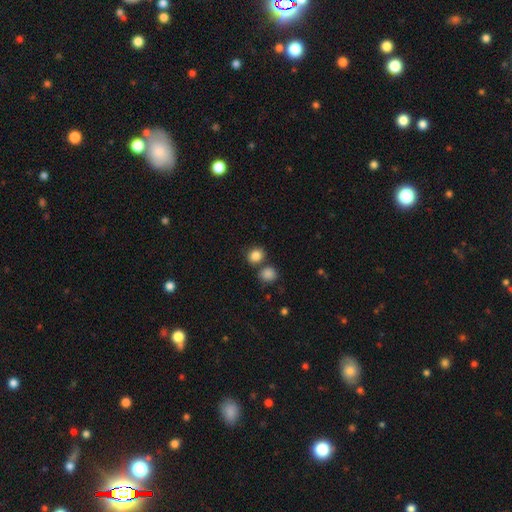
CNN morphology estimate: This appears to be a smooth galaxy with no disk features (85%) that is round (72%). Merging: none (65%).